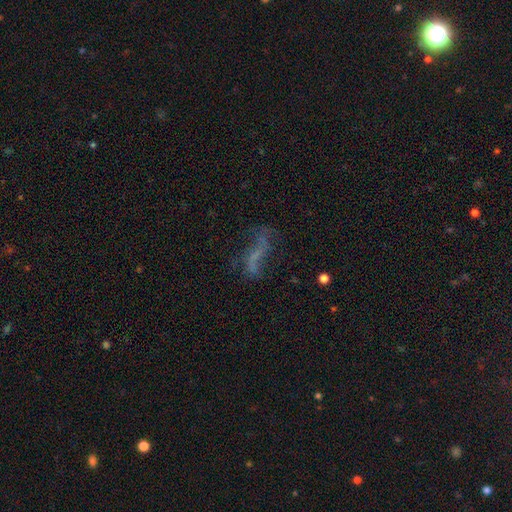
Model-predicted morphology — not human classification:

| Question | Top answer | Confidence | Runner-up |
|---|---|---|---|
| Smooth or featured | featured or disk | 53% | smooth (28%) |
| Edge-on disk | no | 87% | yes (13%) |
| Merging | none | 49% | major disturbance (25%) |